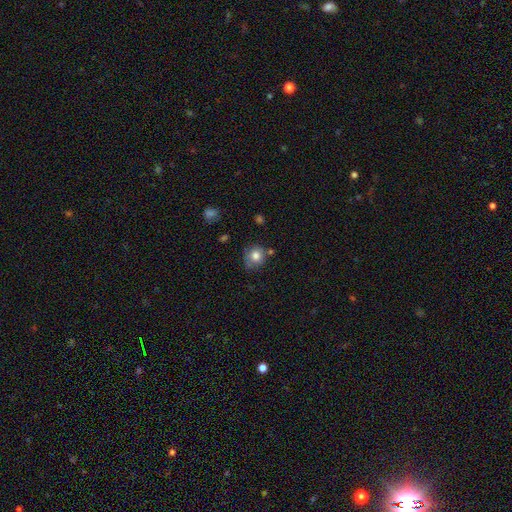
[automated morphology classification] The model was most divided on "merging": none: 64%, minor disturbance: 23%, merger: 7%, major disturbance: 6%. More confident: how rounded — round (82%); smooth or featured — smooth (79%).